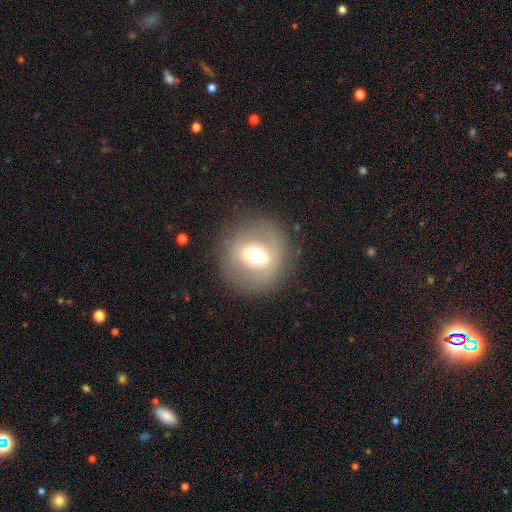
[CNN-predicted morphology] smooth 51%, featured or disk 35%, star or artifact 14%. Down the decision tree: how rounded — round (90%); merging — none (80%).